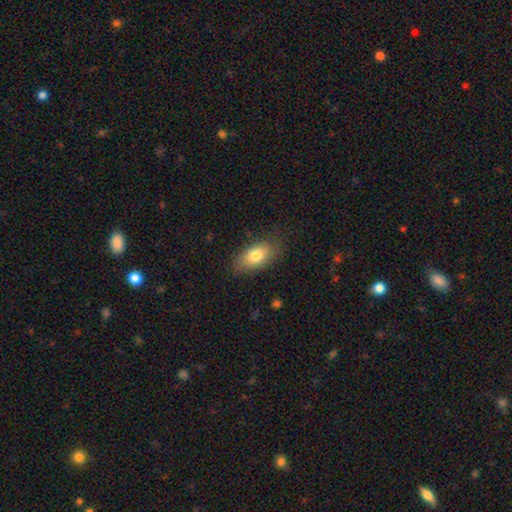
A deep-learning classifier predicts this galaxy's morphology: Q: Smooth or featured?
A: smooth (78%); runner-up: featured or disk (14%)
Q: How rounded?
A: in between (89%); runner-up: round (6%)
Q: Merging?
A: none (79%); runner-up: minor disturbance (16%)